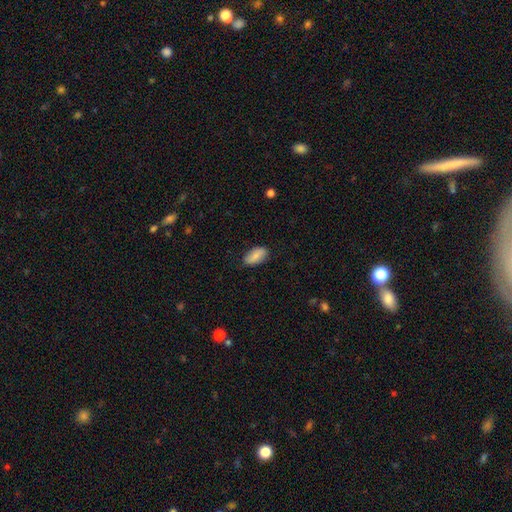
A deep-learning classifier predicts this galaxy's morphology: This is clearly a smooth galaxy (82%). How rounded: clearly in between (91%). Merging: clearly none (82%).